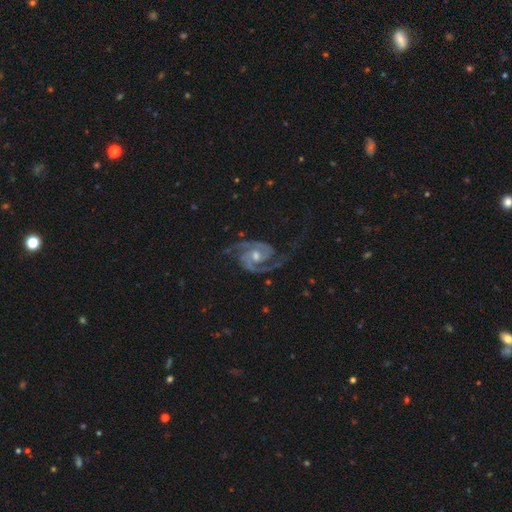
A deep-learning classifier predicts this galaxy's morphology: Smooth or featured?
  - featured or disk: 93% *
  - star or artifact: 4%
  - smooth: 3%
Edge-on disk?
  - no: 98% *
  - yes: 2%
Bar?
  - no: 53% *
  - weak: 35%
  - strong: 12%
Spiral arms?
  - yes: 98% *
  - no: 2%
Spiral winding?
  - medium: 55% *
  - tight: 30%
  - loose: 15%
Spiral arm count?
  - 2: 90% *
  - 3: 4%
  - can't tell: 2%
  - 1: 1%
  - 4: 1%
  - more than 4: 1%
Bulge size?
  - moderate: 66% *
  - small: 28%
  - large: 4%
  - none: 2%
  - dominant: 1%
Merging?
  - none: 73% *
  - minor disturbance: 16%
  - major disturbance: 9%
  - merger: 2%